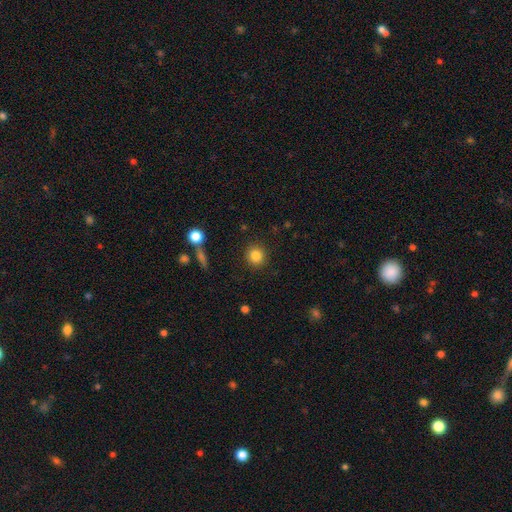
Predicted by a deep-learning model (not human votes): smooth 84%, star or artifact 10%, featured or disk 6%. Down the decision tree: how rounded — round (90%); merging — none (90%).